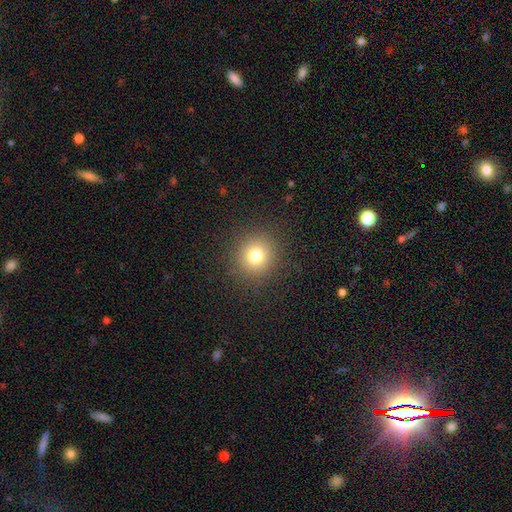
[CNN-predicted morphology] smooth 77%, star or artifact 14%, featured or disk 8%. Down the decision tree: how rounded — round (90%); merging — none (89%).